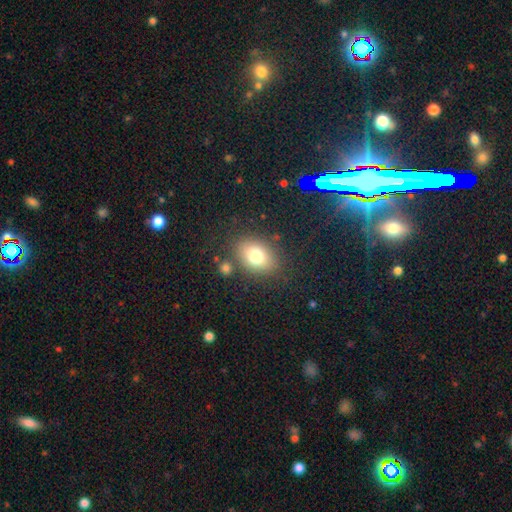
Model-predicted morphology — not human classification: Q: Smooth or featured?
A: smooth (77%); runner-up: featured or disk (13%)
Q: How rounded?
A: in between (73%); runner-up: round (25%)
Q: Merging?
A: none (79%); runner-up: minor disturbance (12%)